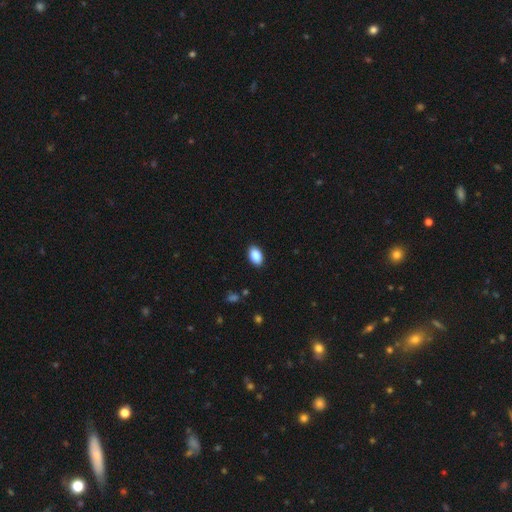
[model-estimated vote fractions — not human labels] smooth-or-featured: smooth: 90% | star or artifact: 7% | featured or disk: 3%
  how-rounded: in between: 92% | round: 6% | cigar-shaped: 1%
  merging: none: 89% | minor disturbance: 8% | major disturbance: 2% | merger: 1%